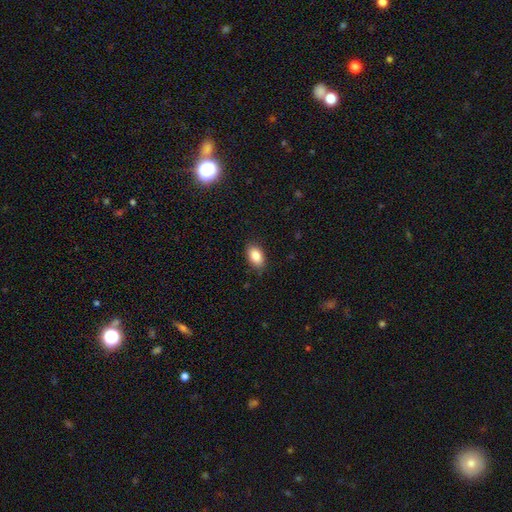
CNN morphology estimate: smooth_or_featured: smooth (p=0.86) [alt: star or artifact p=0.08]
how_rounded: in between (p=0.90) [alt: round p=0.09]
merging: none (p=0.86) [alt: minor disturbance p=0.11]